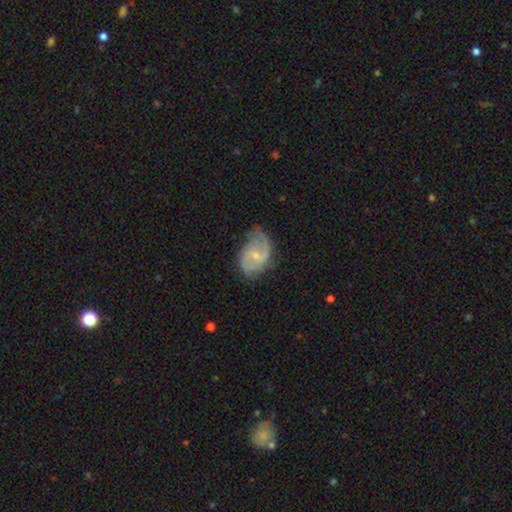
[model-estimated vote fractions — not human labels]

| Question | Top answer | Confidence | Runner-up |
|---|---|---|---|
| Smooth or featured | featured or disk | 78% | smooth (16%) |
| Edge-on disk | no | 97% | yes (3%) |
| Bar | weak | 47% | no (45%) |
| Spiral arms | yes | 93% | no (7%) |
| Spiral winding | medium | 47% | loose (32%) |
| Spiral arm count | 2 | 77% | can't tell (10%) |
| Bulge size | small | 65% | moderate (30%) |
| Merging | none | 61% | minor disturbance (27%) |